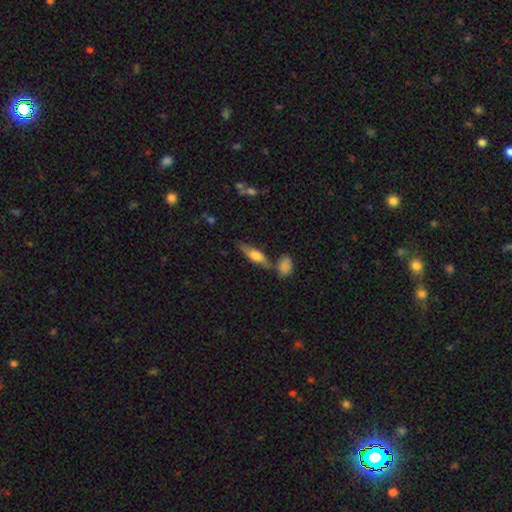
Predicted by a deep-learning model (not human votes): smooth-or-featured: smooth: 60% | featured or disk: 34% | star or artifact: 6%
  how-rounded: in between: 51% | cigar-shaped: 45% | round: 4%
  merging: none: 61% | minor disturbance: 17% | merger: 16% | major disturbance: 5%